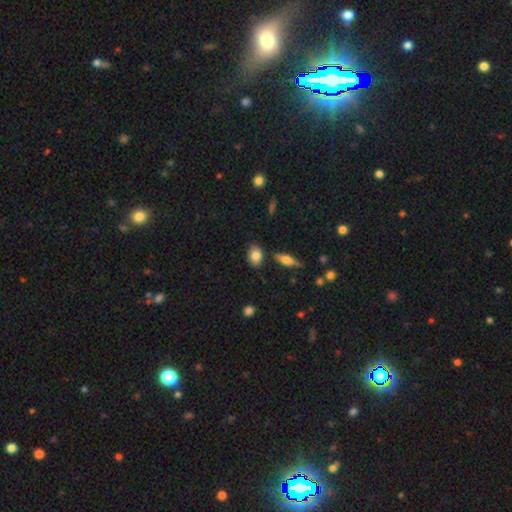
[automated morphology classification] smooth 81%, featured or disk 12%, star or artifact 7%. Down the decision tree: how rounded — in between (75%); merging — none (78%).